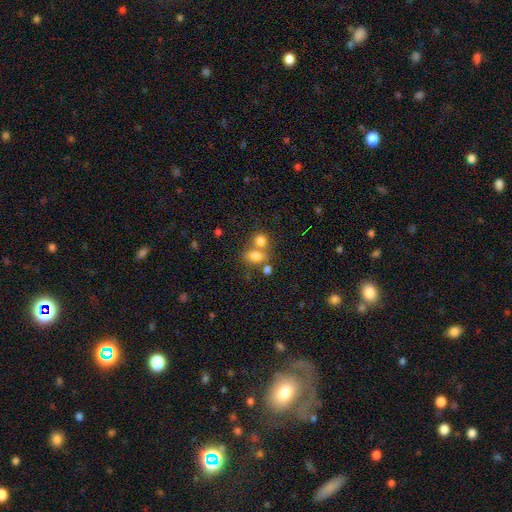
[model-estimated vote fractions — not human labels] smooth_or_featured: smooth (p=0.77) [alt: star or artifact p=0.12]
how_rounded: in between (p=0.73) [alt: round p=0.25]
merging: merger (p=0.44) [alt: none p=0.41]